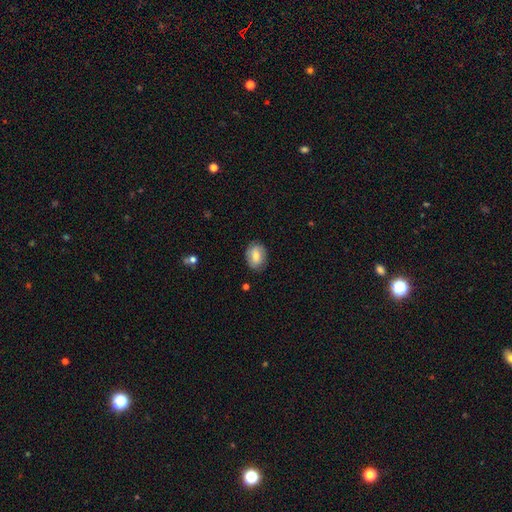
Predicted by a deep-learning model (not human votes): Smooth or featured?
  - smooth: 70% *
  - featured or disk: 23%
  - star or artifact: 7%
How rounded?
  - in between: 75% *
  - round: 24%
  - cigar-shaped: 1%
Merging?
  - none: 81% *
  - minor disturbance: 14%
  - major disturbance: 3%
  - merger: 1%